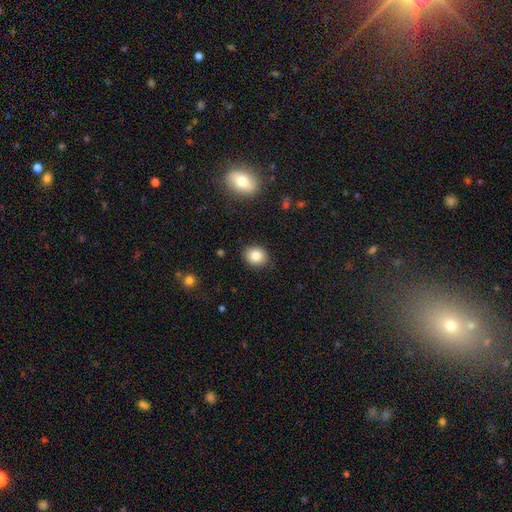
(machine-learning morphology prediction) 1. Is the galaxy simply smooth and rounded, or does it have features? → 84% smooth, 9% star or artifact, 6% featured or disk.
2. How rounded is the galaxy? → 68% round, 31% in between, 1% cigar-shaped.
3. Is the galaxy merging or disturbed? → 89% none, 8% minor disturbance, 2% major disturbance, 1% merger.